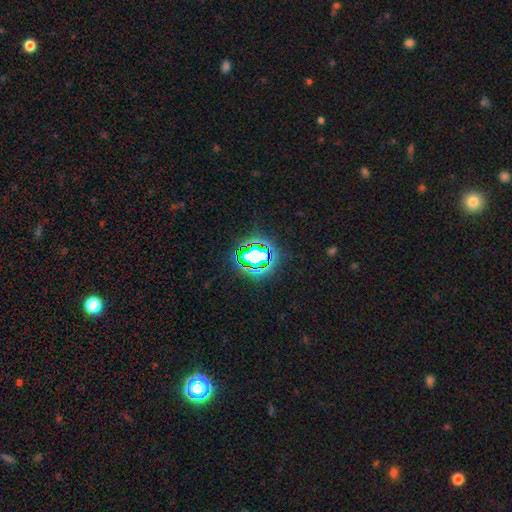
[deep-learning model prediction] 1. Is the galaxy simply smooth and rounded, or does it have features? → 61% star or artifact, 26% smooth, 13% featured or disk.